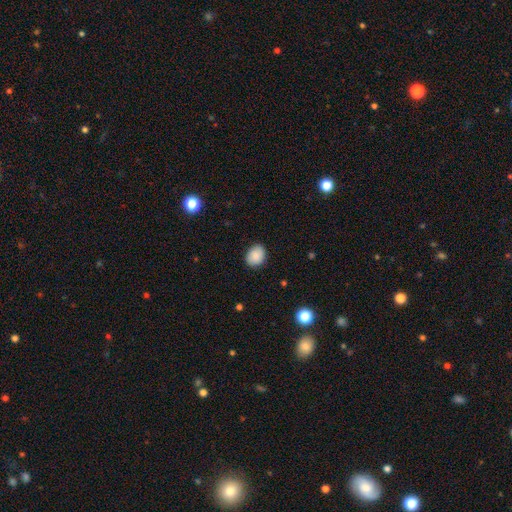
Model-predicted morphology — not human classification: smooth 87%, star or artifact 8%, featured or disk 5%. Down the decision tree: how rounded — in between (54%); merging — none (85%).